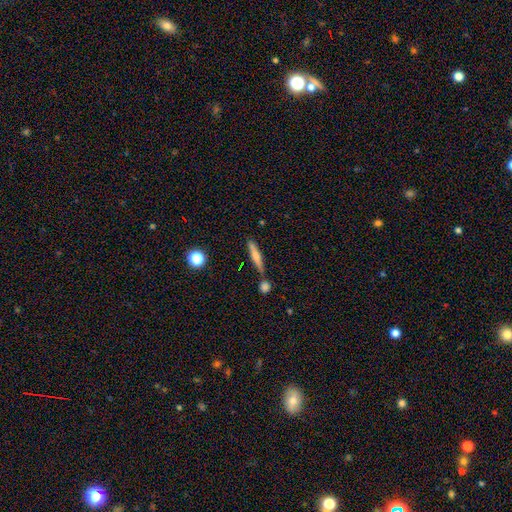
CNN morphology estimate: This appears to be a smooth galaxy with no disk features (62%) that is cigar-shaped (88%). Merging: none (74%).